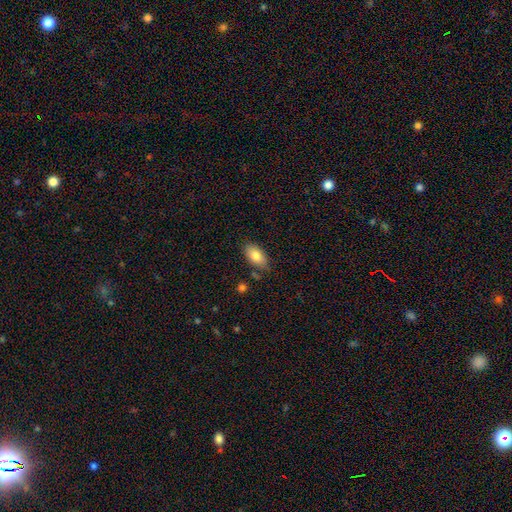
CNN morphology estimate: smooth 81%, featured or disk 11%, star or artifact 7%. Down the decision tree: how rounded — in between (93%); merging — none (79%).